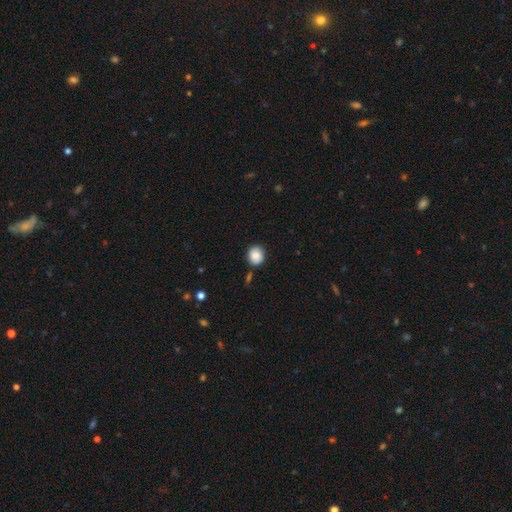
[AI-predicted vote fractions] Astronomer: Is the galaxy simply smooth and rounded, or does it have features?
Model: smooth — 84%.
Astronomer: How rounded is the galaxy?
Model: round — 81%.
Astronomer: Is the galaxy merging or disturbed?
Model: none — 81%.